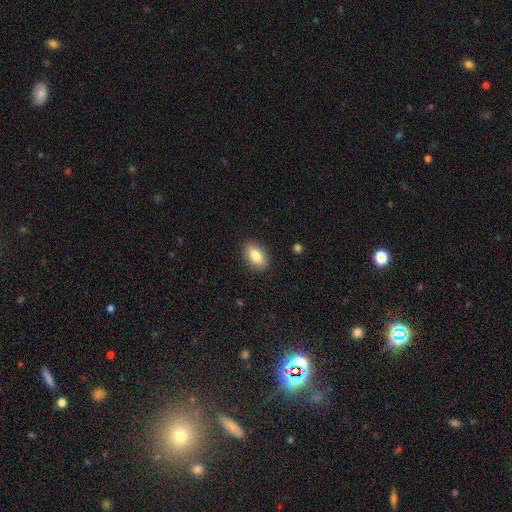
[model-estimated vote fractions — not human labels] Smooth or featured: smooth — 85% (featured or disk — 9%)
How rounded: in between — 91% (round — 6%)
Merging: none — 88% (minor disturbance — 8%)